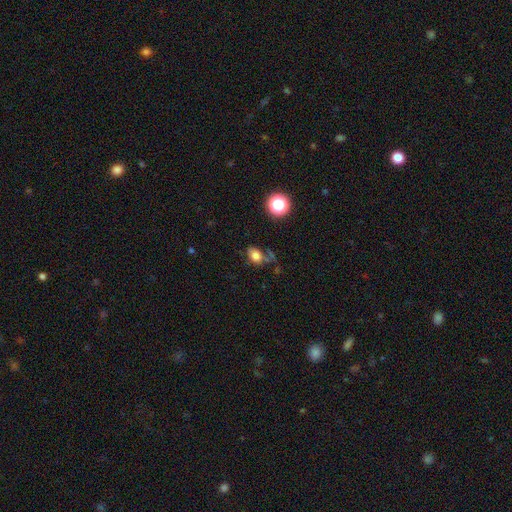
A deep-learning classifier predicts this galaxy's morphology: This appears to be a smooth galaxy with no disk features (75%) that is in between round and cigar-shaped (72%). Merging: none (51%).